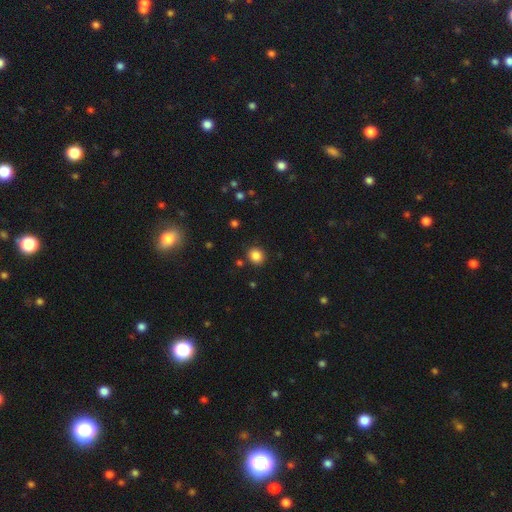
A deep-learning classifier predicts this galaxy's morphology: A smooth galaxy with no disk features (85%) that is round (80%).

Vote fractions:
- Smooth or featured? smooth: 85% / star or artifact: 11% / featured or disk: 4%
- How rounded? round: 80% / in between: 19% / cigar-shaped: 1%
- Merging? none: 88% / minor disturbance: 7% / merger: 3% / major disturbance: 2%